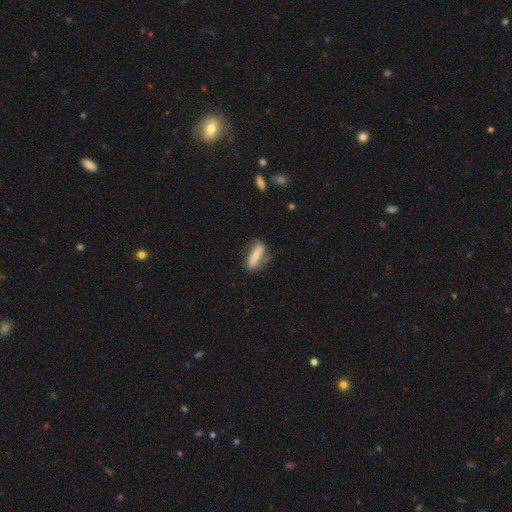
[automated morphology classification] A smooth galaxy with no disk features (66%) that is in between round and cigar-shaped (49%). Merging: none (68%).